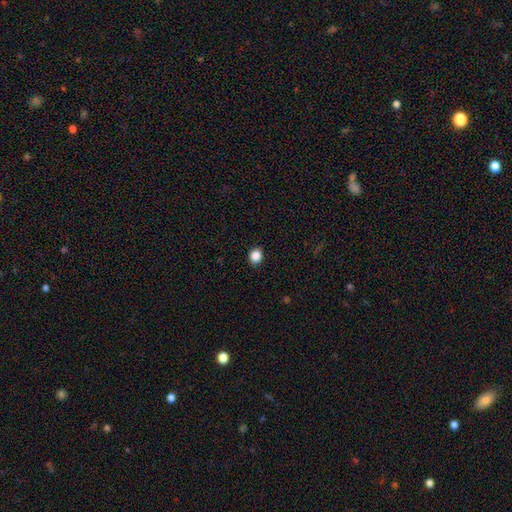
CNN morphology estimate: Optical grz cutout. It shows a smooth galaxy with no disk features (87%) that is round (77%). Merging: none (92%).